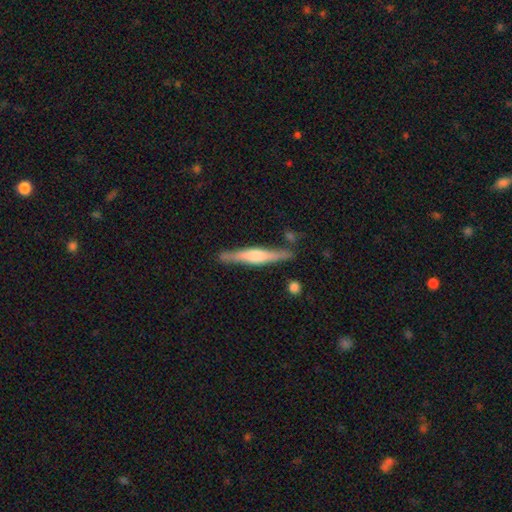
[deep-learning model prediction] Smooth or featured: featured or disk — 67% (smooth — 28%)
Edge-on disk: yes — 97% (no — 3%)
Edge-on bulge: rounded — 61% (boxy — 30%)
Merging: none — 83% (minor disturbance — 12%)